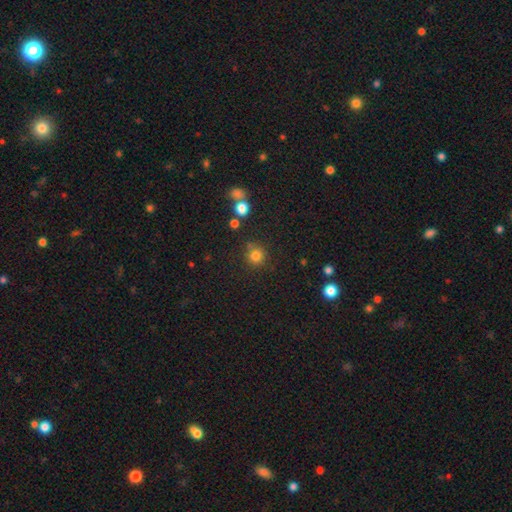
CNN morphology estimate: Smooth or featured?
  - smooth: 80% *
  - star or artifact: 15%
  - featured or disk: 6%
How rounded?
  - round: 91% *
  - in between: 8%
  - cigar-shaped: 1%
Merging?
  - none: 78% *
  - minor disturbance: 11%
  - merger: 7%
  - major disturbance: 4%